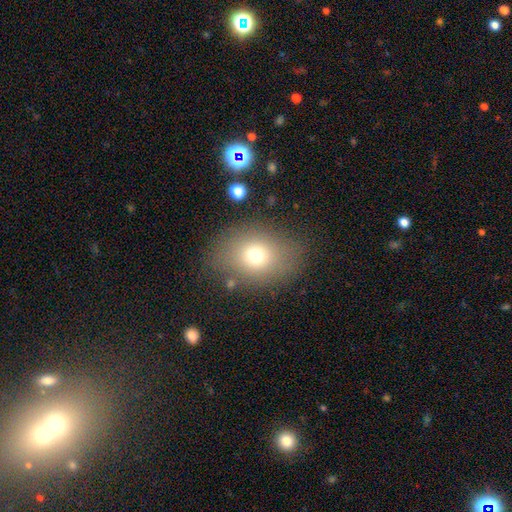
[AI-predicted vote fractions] The model was most divided on "how rounded": in between: 61%, round: 38%, cigar-shaped: 1%. More confident: merging — none (80%); smooth or featured — smooth (72%).